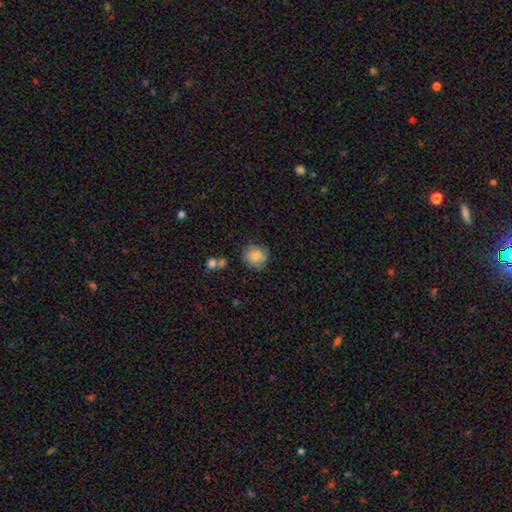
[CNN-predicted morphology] This is clearly a smooth galaxy (82%). How rounded: clearly round (88%). Merging: likely none (77%).